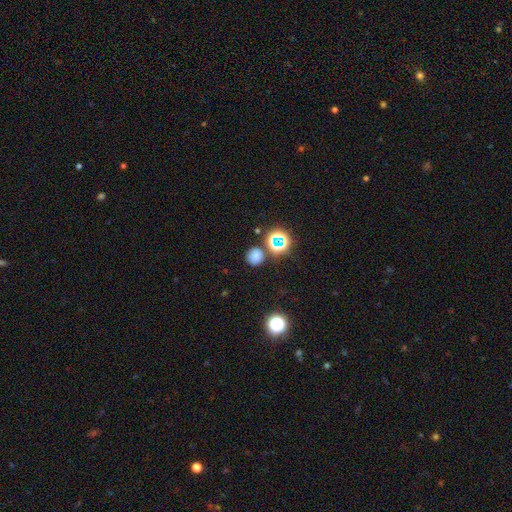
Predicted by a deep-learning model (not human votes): Smooth or featured?
  - smooth: 72% *
  - star or artifact: 22%
  - featured or disk: 6%
How rounded?
  - round: 89% *
  - in between: 10%
  - cigar-shaped: 1%
Merging?
  - none: 82% *
  - minor disturbance: 8%
  - merger: 7%
  - major disturbance: 3%